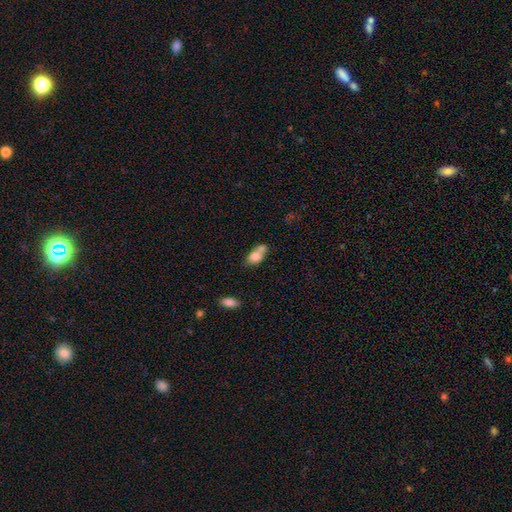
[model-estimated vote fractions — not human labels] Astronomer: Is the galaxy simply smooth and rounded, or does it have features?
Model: smooth — 76%.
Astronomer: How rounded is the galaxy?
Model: in between — 77%.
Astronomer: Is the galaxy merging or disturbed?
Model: merger — 54%.